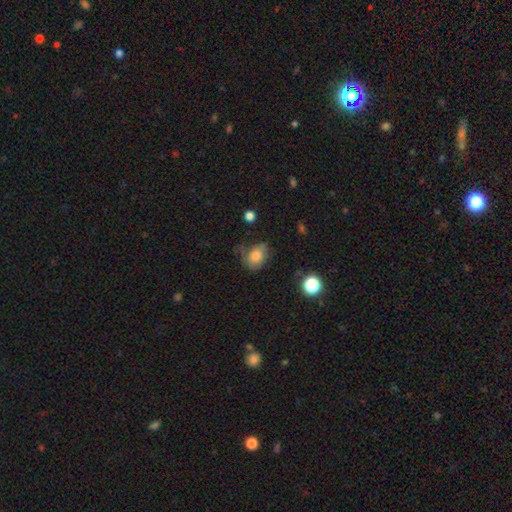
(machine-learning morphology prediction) This is likely a smooth galaxy (71%). How rounded: likely in between (61%). Merging: marginally none (43%).